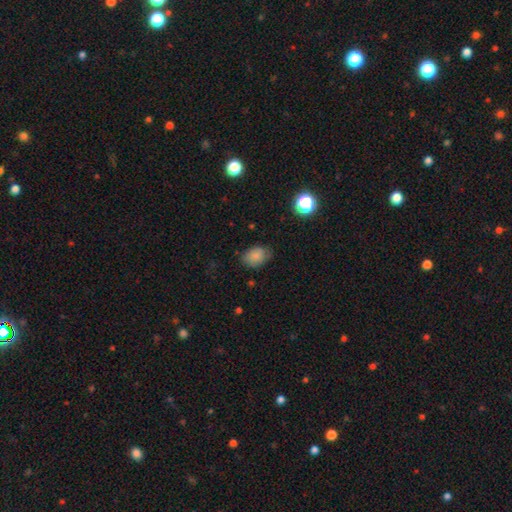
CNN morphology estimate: Q: Smooth or featured?
A: smooth (83%); runner-up: star or artifact (10%)
Q: How rounded?
A: in between (71%); runner-up: round (28%)
Q: Merging?
A: none (69%); runner-up: minor disturbance (24%)